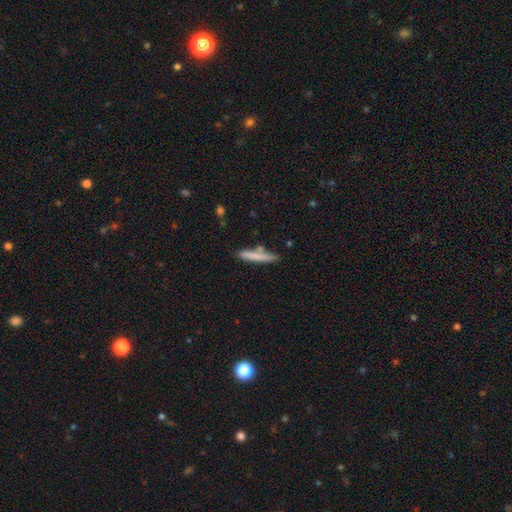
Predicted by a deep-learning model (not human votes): This is likely a smooth galaxy (74%). How rounded: clearly cigar-shaped (92%). Merging: likely none (74%).